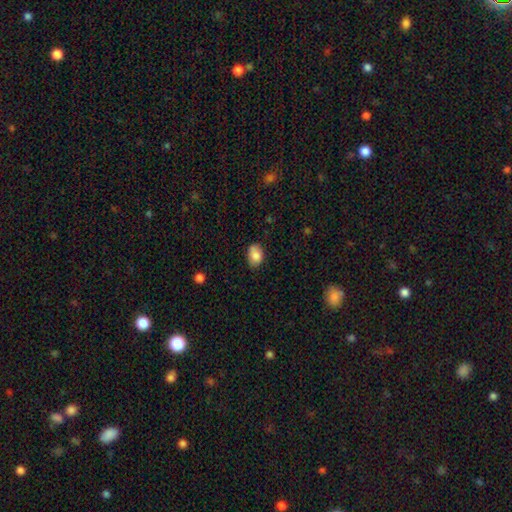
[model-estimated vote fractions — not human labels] smooth_or_featured: smooth (p=0.85) [alt: star or artifact p=0.08]
how_rounded: in between (p=0.79) [alt: round p=0.20]
merging: none (p=0.72) [alt: minor disturbance p=0.23]